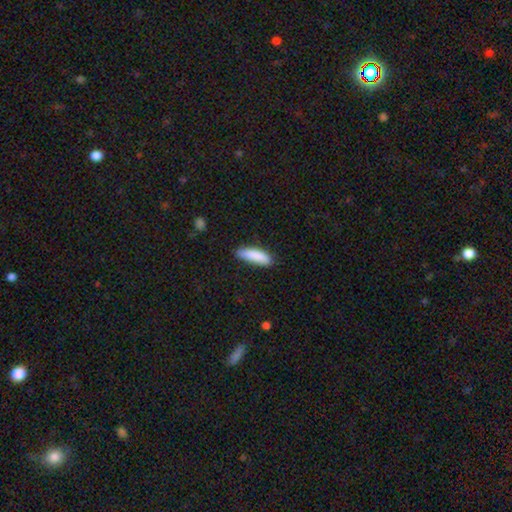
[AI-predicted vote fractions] Overall: smooth (88%). How rounded: cigar-shaped (57%; in between 42%). Merging: none (79%).